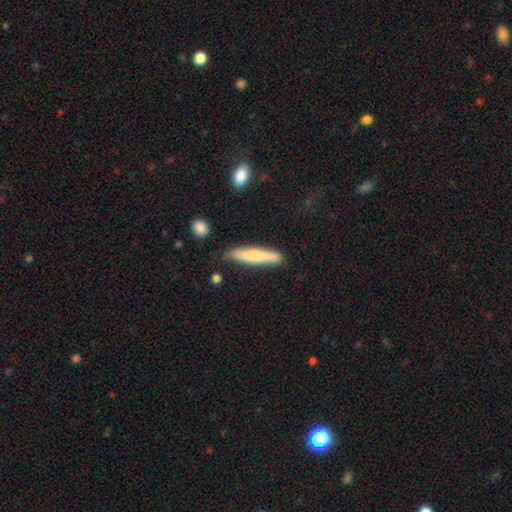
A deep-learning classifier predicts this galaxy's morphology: smooth 74%, featured or disk 20%, star or artifact 5%. Down the decision tree: how rounded — cigar-shaped (90%); merging — none (76%).